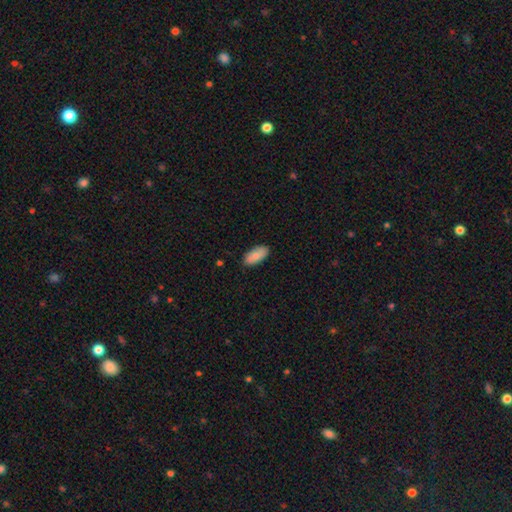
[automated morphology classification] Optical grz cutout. It shows a smooth galaxy with no disk features (85%) that is in between round and cigar-shaped (91%). Merging: none (86%).